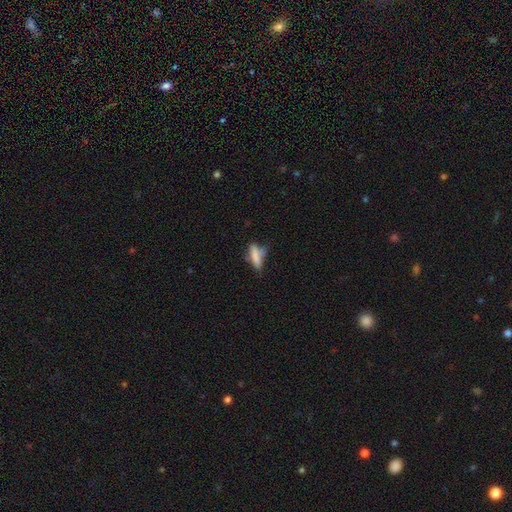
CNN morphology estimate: Smooth or featured: smooth — 72% (featured or disk — 19%)
How rounded: cigar-shaped — 58% (in between — 40%)
Merging: none — 44% (minor disturbance — 25%)